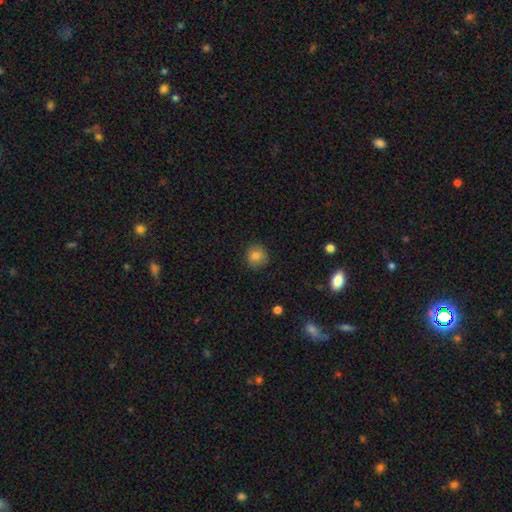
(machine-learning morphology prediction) smooth-or-featured: smooth: 82% | star or artifact: 10% | featured or disk: 8%
  how-rounded: round: 89% | in between: 10% | cigar-shaped: 1%
  merging: none: 86% | minor disturbance: 10% | major disturbance: 2% | merger: 1%